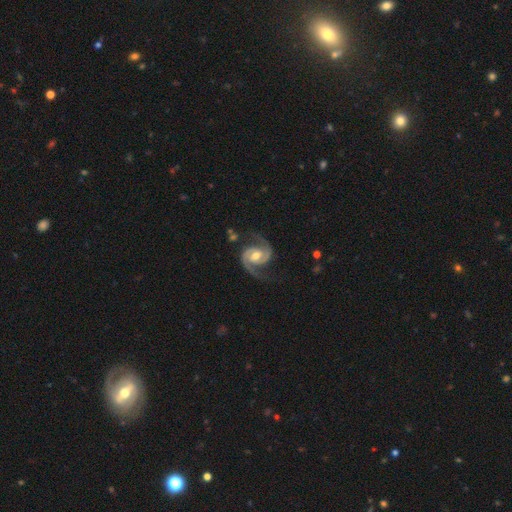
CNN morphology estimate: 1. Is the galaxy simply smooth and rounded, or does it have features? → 93% featured or disk, 4% star or artifact, 3% smooth.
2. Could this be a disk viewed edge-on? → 98% no, 2% yes.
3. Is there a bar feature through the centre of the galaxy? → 46% weak, 35% no, 18% strong.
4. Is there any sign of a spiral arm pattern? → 99% yes, 1% no.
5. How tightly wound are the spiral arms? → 60% medium, 26% tight, 14% loose.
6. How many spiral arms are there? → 94% 2, 1% can't tell, 1% 3, 1% 1, 1% 4, 1% more than 4.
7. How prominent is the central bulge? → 74% moderate, 18% small, 6% large, 1% none, 1% dominant.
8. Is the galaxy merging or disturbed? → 76% none, 16% minor disturbance, 6% major disturbance, 2% merger.